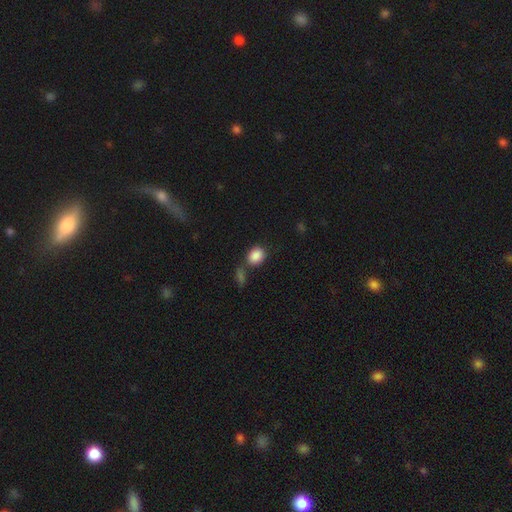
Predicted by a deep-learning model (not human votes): Smooth or featured?
  - smooth: 87% *
  - star or artifact: 9%
  - featured or disk: 4%
How rounded?
  - in between: 54% *
  - round: 45%
  - cigar-shaped: 1%
Merging?
  - none: 59% *
  - merger: 22%
  - minor disturbance: 13%
  - major disturbance: 6%